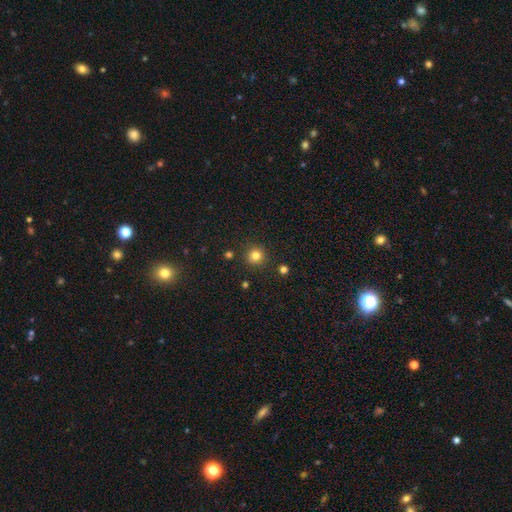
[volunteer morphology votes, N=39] smooth_or_featured: smooth (p=0.85) [alt: featured or disk p=0.10]
how_rounded: round (p=1.00)
merging: none (p=0.89) [alt: minor disturbance p=0.05]